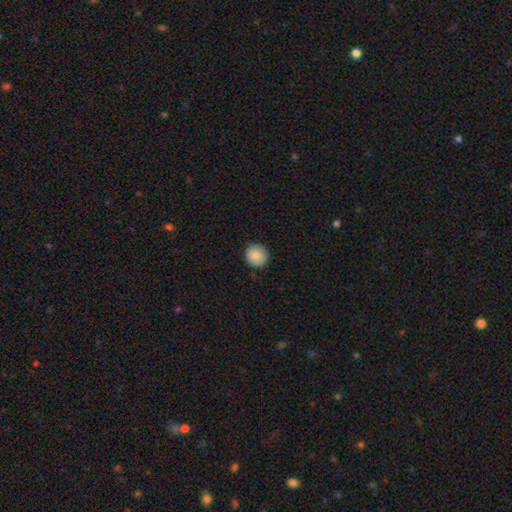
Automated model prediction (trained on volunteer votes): This appears to be a smooth galaxy with no disk features (87%) that is round (93%). Merging: none (89%).